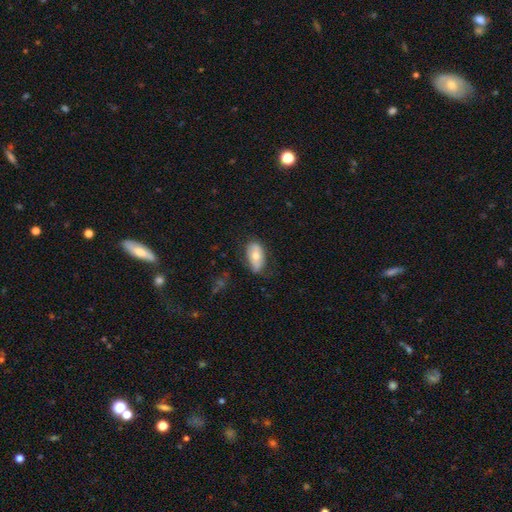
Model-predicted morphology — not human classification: A smooth galaxy with no disk features (63%) that is in between round and cigar-shaped (92%).

Vote fractions:
- Smooth or featured? smooth: 63% / featured or disk: 30% / star or artifact: 7%
- How rounded? in between: 92% / round: 5% / cigar-shaped: 3%
- Merging? none: 69% / minor disturbance: 23% / major disturbance: 6% / merger: 1%